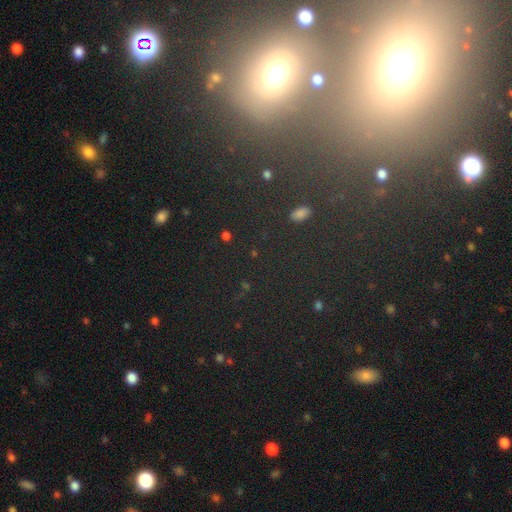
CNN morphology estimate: The model was most divided on "smooth or featured": star or artifact: 56%, smooth: 31%, featured or disk: 13%.